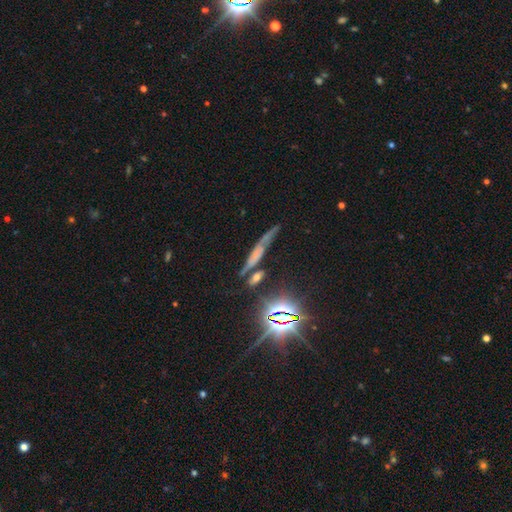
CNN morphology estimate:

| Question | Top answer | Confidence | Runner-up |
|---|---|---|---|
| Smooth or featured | featured or disk | 40% | smooth (32%) |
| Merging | none | 47% | minor disturbance (24%) |